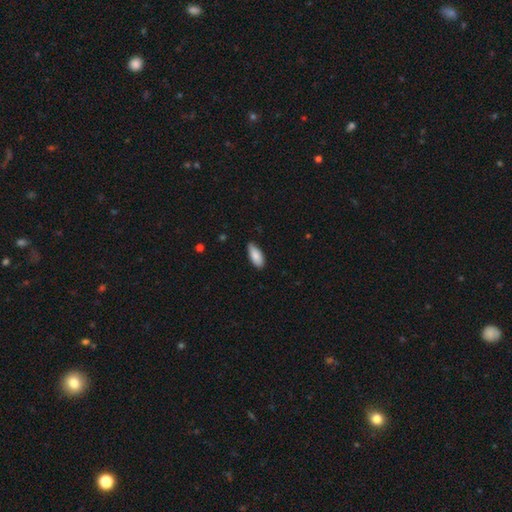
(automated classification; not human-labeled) Overall: smooth (85%). How rounded: in between (87%). Merging: none (80%).